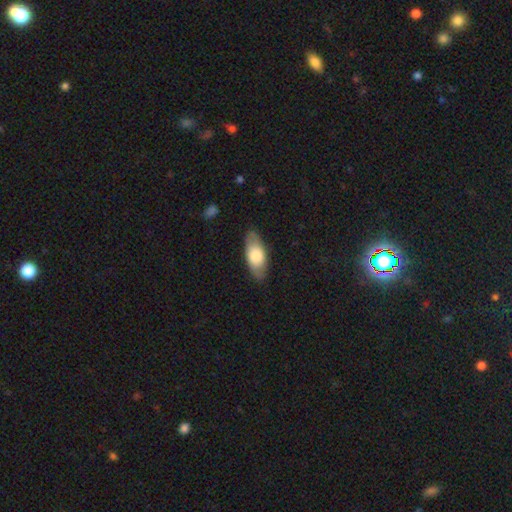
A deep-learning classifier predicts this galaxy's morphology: smooth-or-featured: smooth: 70% | featured or disk: 25% | star or artifact: 6%
  how-rounded: in between: 86% | cigar-shaped: 11% | round: 3%
  merging: none: 83% | minor disturbance: 13% | major disturbance: 3% | merger: 1%